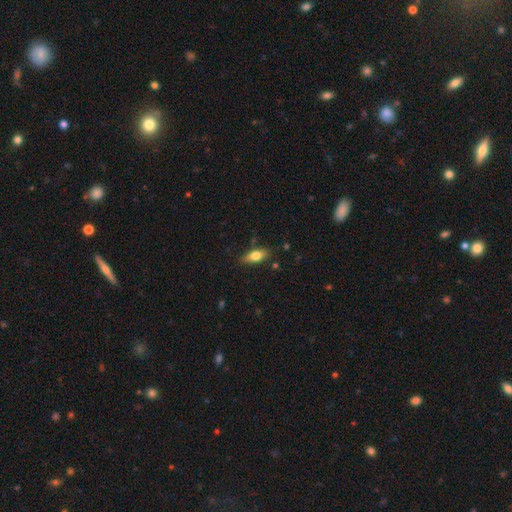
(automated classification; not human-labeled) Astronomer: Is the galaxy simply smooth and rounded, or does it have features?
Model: smooth — 67%.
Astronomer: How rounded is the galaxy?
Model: in between — 72%.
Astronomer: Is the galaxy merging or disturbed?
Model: none — 82%.